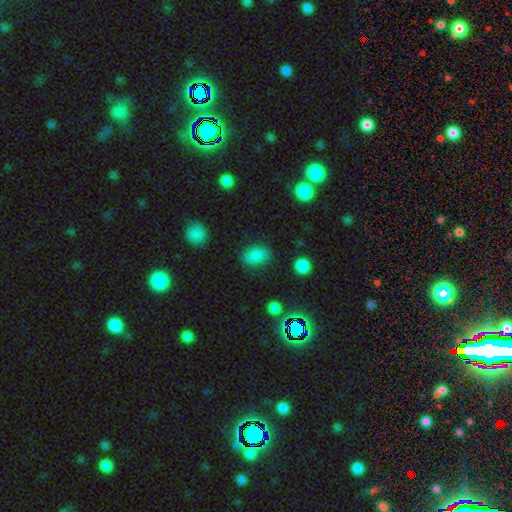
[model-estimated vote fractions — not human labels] Smooth or featured? Predicted: smooth (p=0.84). How rounded? Predicted: in between (p=0.78). Merging? Predicted: none (p=0.81).